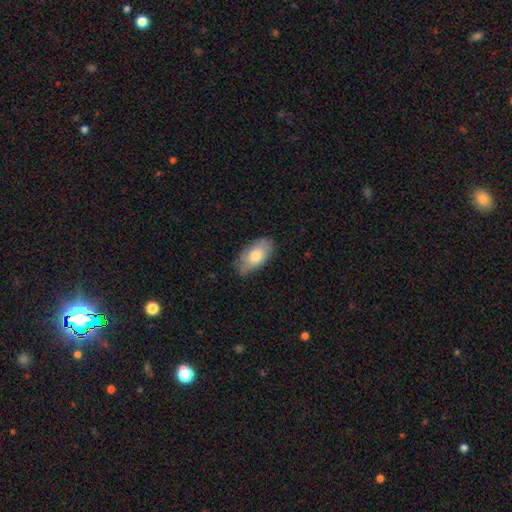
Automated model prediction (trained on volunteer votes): Q: Smooth or featured?
A: smooth (75%); runner-up: featured or disk (19%)
Q: How rounded?
A: in between (93%); runner-up: round (4%)
Q: Merging?
A: none (71%); runner-up: minor disturbance (24%)